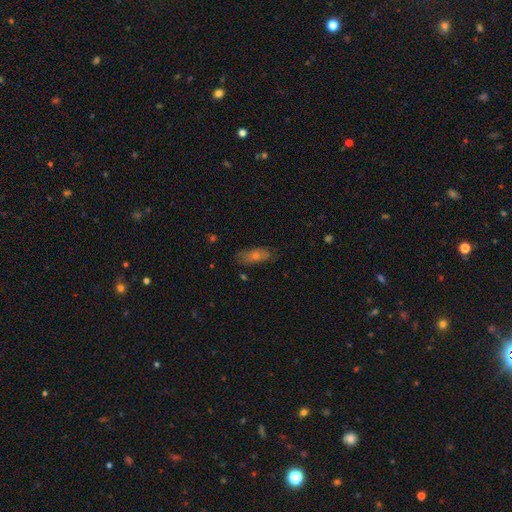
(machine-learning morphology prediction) This appears to be a smooth galaxy with no disk features (52%) that is in between round and cigar-shaped (65%). Merging: none (80%).